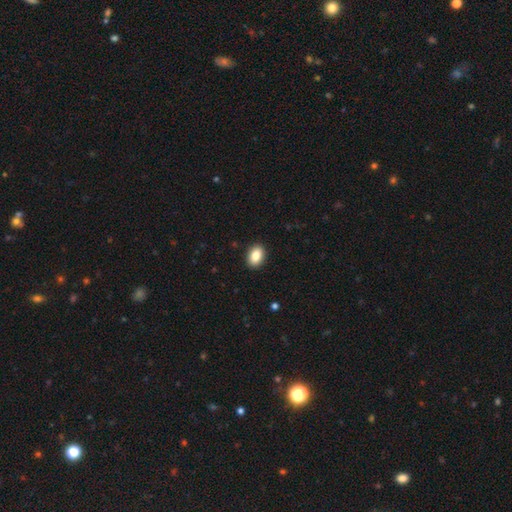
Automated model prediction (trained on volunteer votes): Q: Smooth or featured?
A: smooth (86%); runner-up: star or artifact (8%)
Q: How rounded?
A: in between (83%); runner-up: round (16%)
Q: Merging?
A: none (91%); runner-up: minor disturbance (6%)